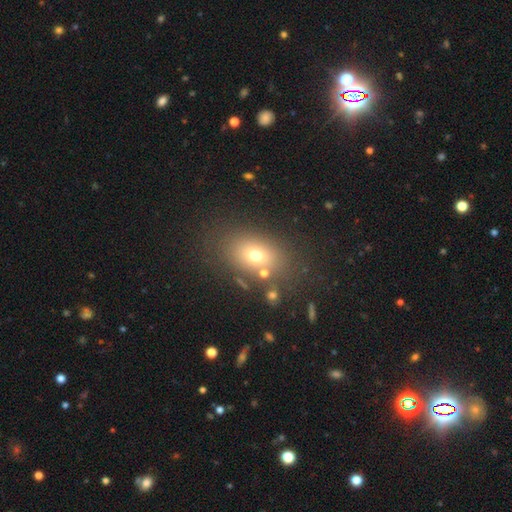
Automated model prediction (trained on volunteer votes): Q: Smooth or featured?
A: smooth (68%); runner-up: featured or disk (16%)
Q: How rounded?
A: in between (71%); runner-up: round (27%)
Q: Merging?
A: none (76%); runner-up: minor disturbance (12%)